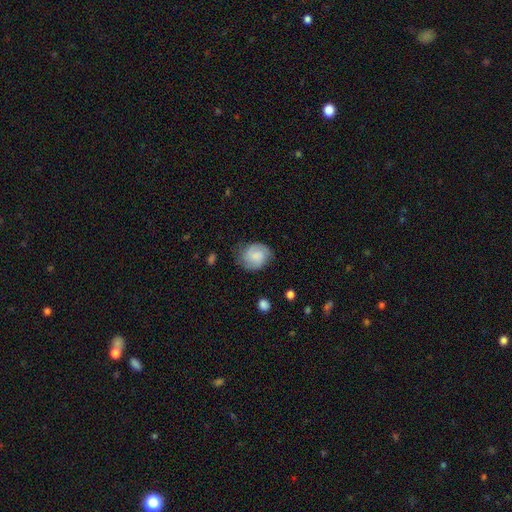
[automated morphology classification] Smooth or featured? featured or disk (50%)
Edge-on disk? no (98%)
Merging? none (70%)